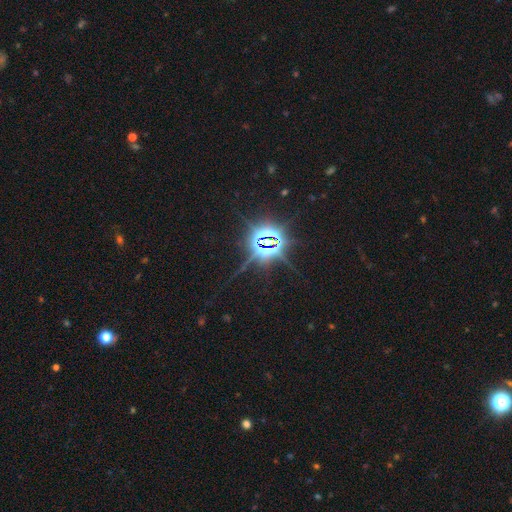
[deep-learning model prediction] The model was most divided on "smooth or featured": star or artifact: 86%, smooth: 8%, featured or disk: 6%.